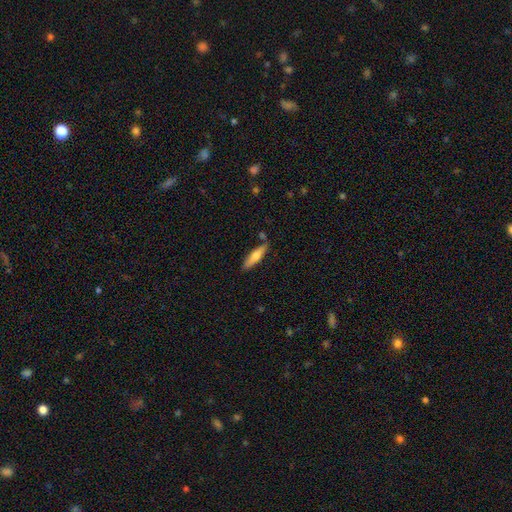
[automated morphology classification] The model was most divided on "smooth or featured": smooth: 57%, featured or disk: 37%, star or artifact: 6%. More confident: merging — none (81%); how rounded — cigar-shaped (75%).